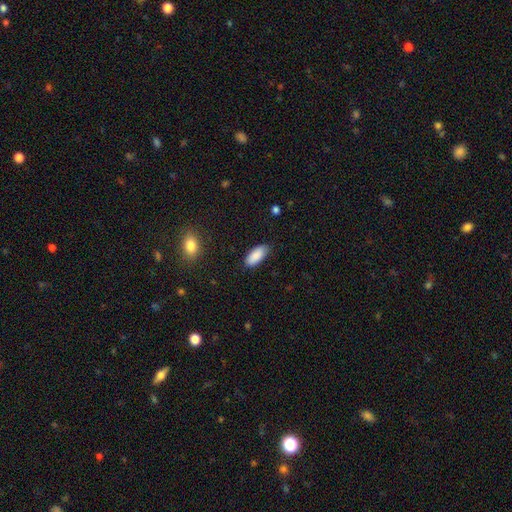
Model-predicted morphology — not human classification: A smooth galaxy with no disk features (90%) that is in between round and cigar-shaped (88%). Merging: none (84%).